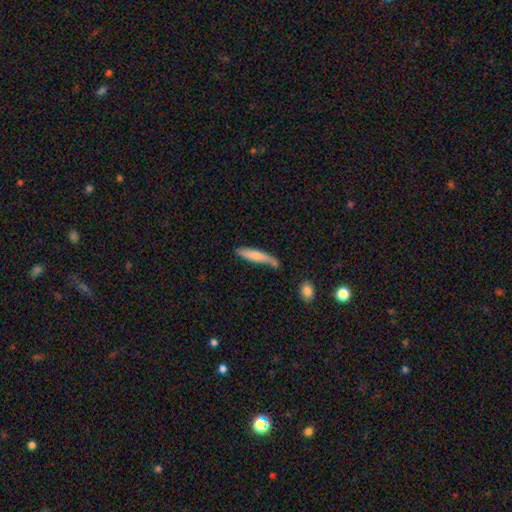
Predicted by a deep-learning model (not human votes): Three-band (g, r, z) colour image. It shows a smooth galaxy with no disk features (74%) that is cigar-shaped (85%). Merging: none (59%).